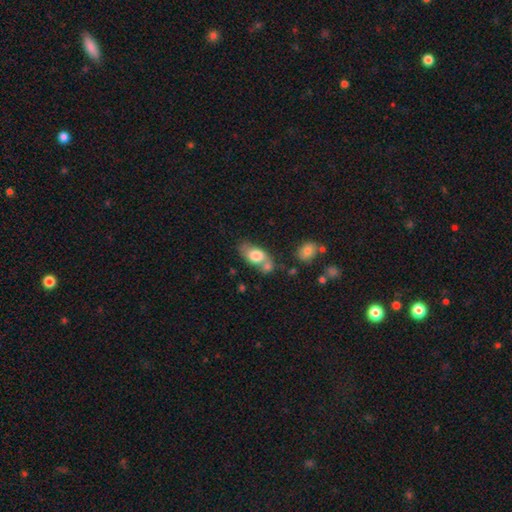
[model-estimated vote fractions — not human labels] Smooth or featured? smooth (75%)
How rounded? in between (84%)
Merging? none (45%)